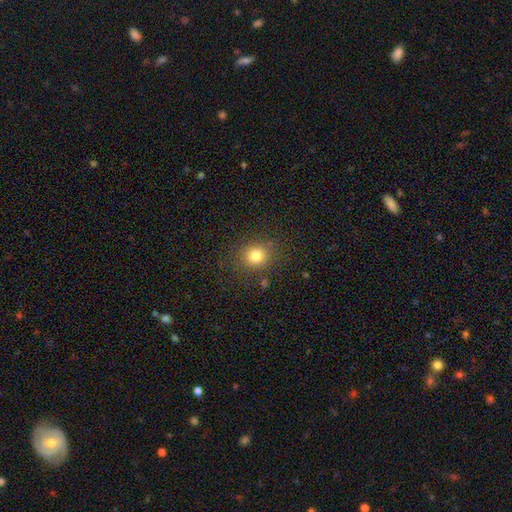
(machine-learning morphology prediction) A smooth galaxy with no disk features (79%) that is round (82%). Merging: none (85%).